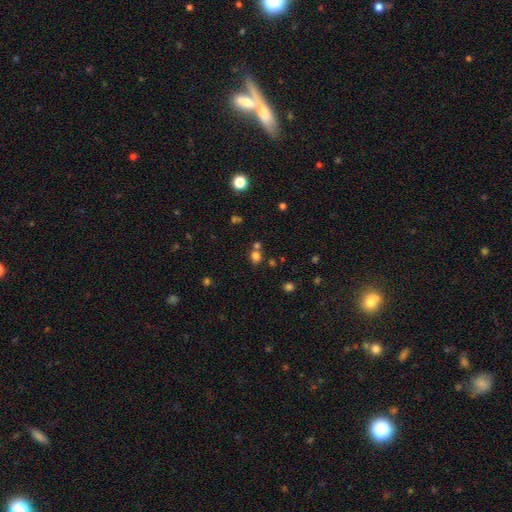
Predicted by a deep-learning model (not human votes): Smooth or featured? smooth (73%)
How rounded? round (72%)
Merging? none (59%)